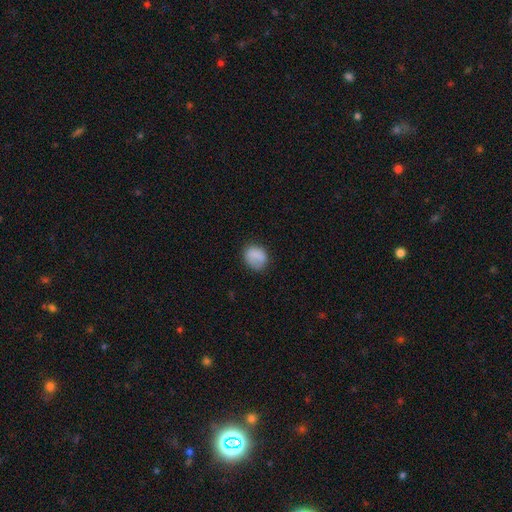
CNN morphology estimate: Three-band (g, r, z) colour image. It shows a smooth galaxy with no disk features (84%) that is round (54%). Merging: none (71%).